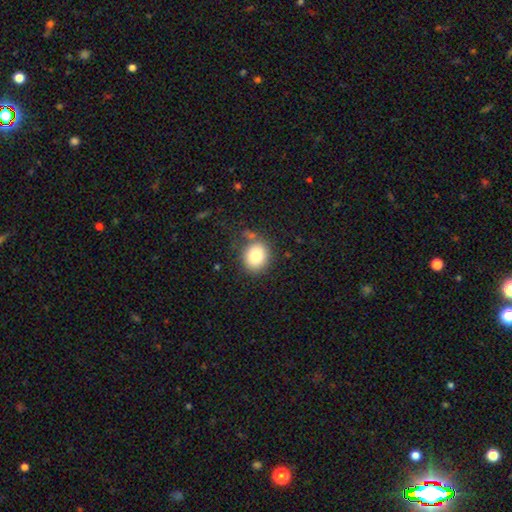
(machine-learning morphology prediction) Q: Smooth or featured?
A: smooth (81%); runner-up: star or artifact (10%)
Q: How rounded?
A: round (71%); runner-up: in between (28%)
Q: Merging?
A: none (74%); runner-up: minor disturbance (14%)